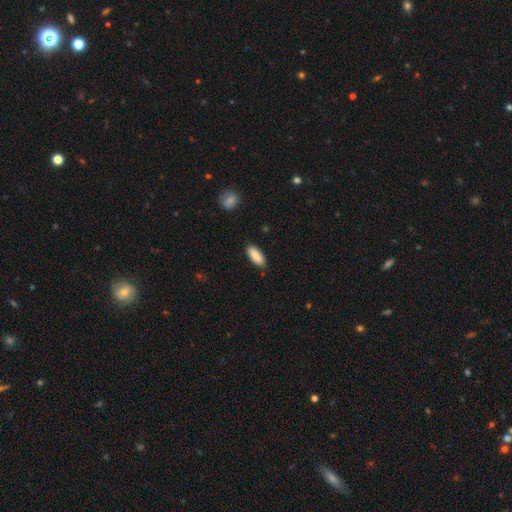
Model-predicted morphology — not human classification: A smooth galaxy with no disk features (88%) that is in between round and cigar-shaped (71%). Merging: none (87%).